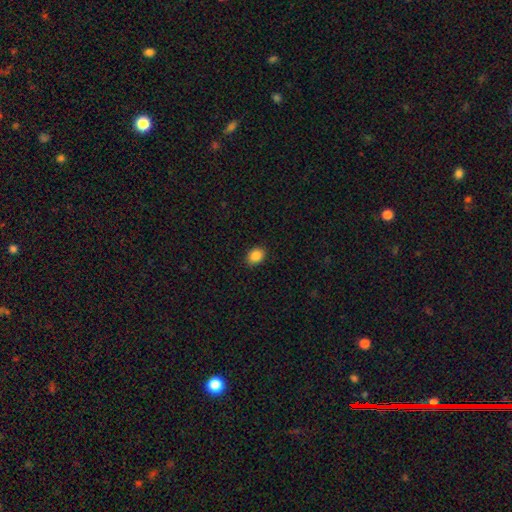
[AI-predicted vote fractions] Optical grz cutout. It shows a smooth galaxy with no disk features (87%) that is in between round and cigar-shaped (61%). Merging: none (90%).